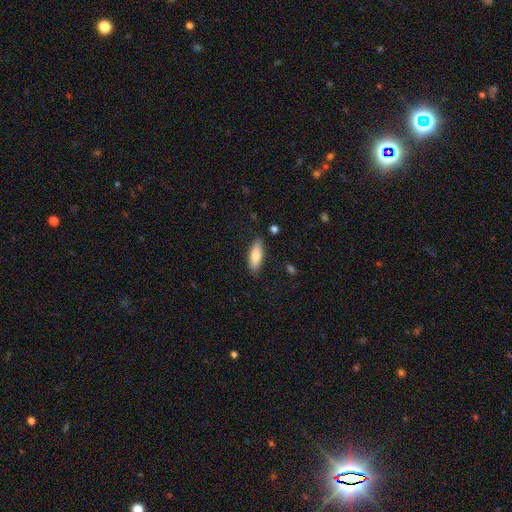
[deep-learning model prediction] Smooth or featured? Predicted: smooth (p=0.82). How rounded? Predicted: in between (p=0.66). Merging? Predicted: none (p=0.83).